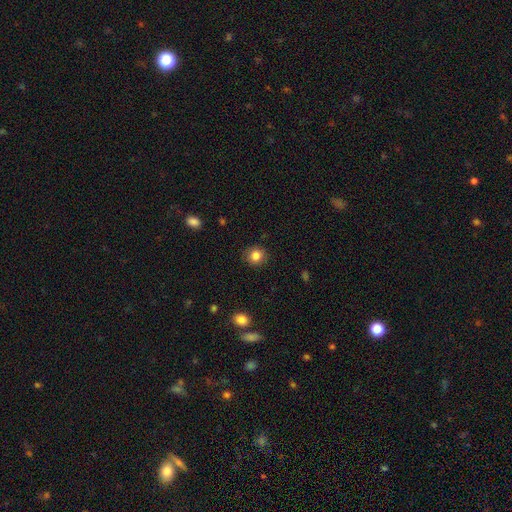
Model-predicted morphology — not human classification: type=smooth (84%); roundness=round (87%); merging=none (89%).